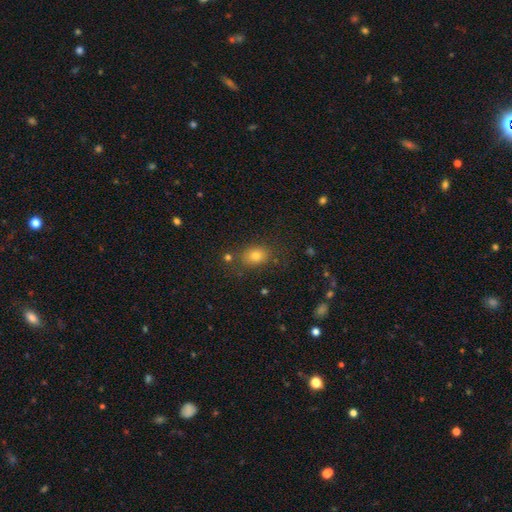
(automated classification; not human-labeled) Smooth or featured? Predicted: smooth (p=0.75). How rounded? Predicted: in between (p=0.58). Merging? Predicted: none (p=0.77).